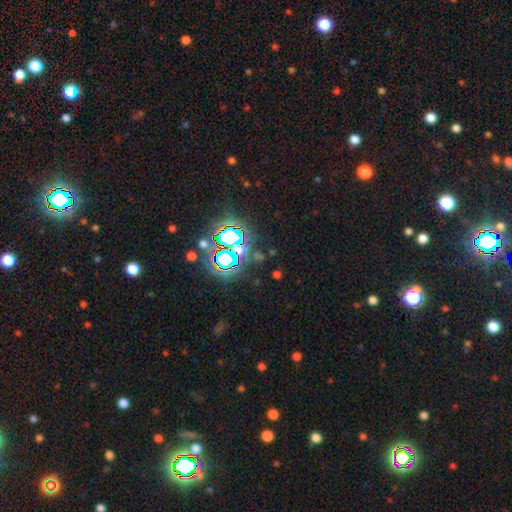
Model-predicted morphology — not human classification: A star or artifact, not a galaxy (77%).

Vote fractions:
- Smooth or featured? star or artifact: 77% / smooth: 14% / featured or disk: 9%